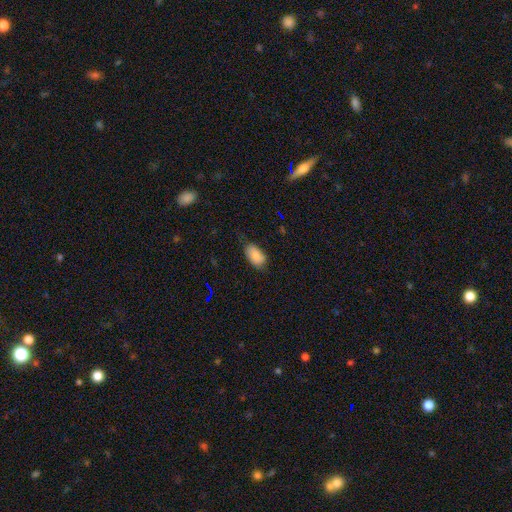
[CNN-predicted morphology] This is clearly a smooth galaxy (84%). How rounded: clearly in between (93%). Merging: likely none (67%).